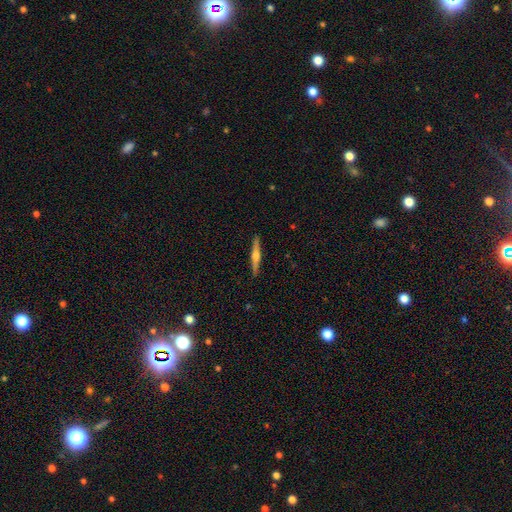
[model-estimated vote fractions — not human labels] A featured or disk galaxy (65%) viewed edge-on (98%) with a rounded central bulge (90%).

Vote fractions:
- Smooth or featured? featured or disk: 65% / smooth: 30% / star or artifact: 6%
- Edge-on disk? yes: 98% / no: 2%
- Edge-on bulge? rounded: 90% / none: 5% / boxy: 5%
- Merging? none: 91% / minor disturbance: 6% / major disturbance: 1% / merger: 1%